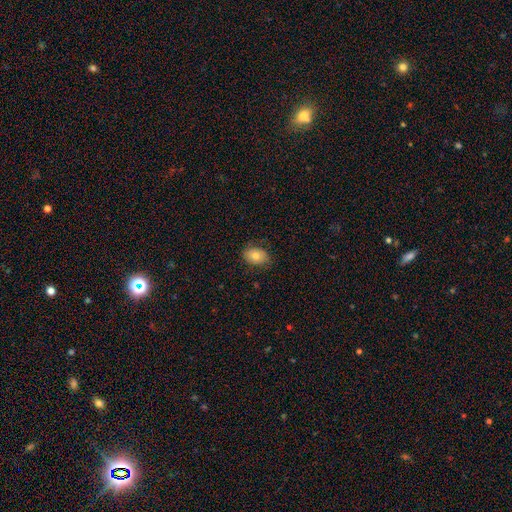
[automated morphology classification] Overall: smooth (77%). How rounded: in between (78%). Merging: none (80%).